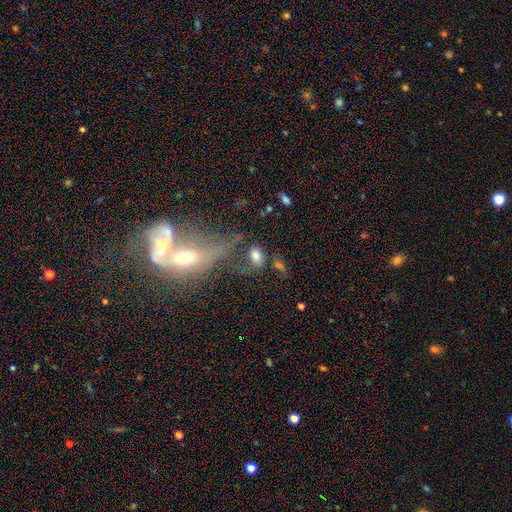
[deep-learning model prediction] This appears to be a smooth galaxy with no disk features (74%) that is in between round and cigar-shaped (82%). Merging: none (55%).